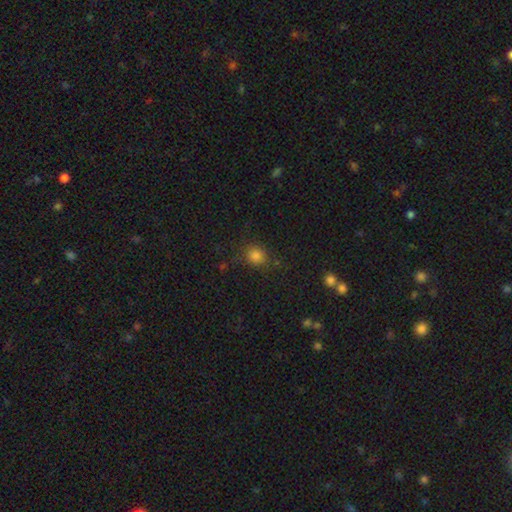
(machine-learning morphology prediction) smooth 79%, star or artifact 15%, featured or disk 6%. Down the decision tree: how rounded — round (73%); merging — none (75%).